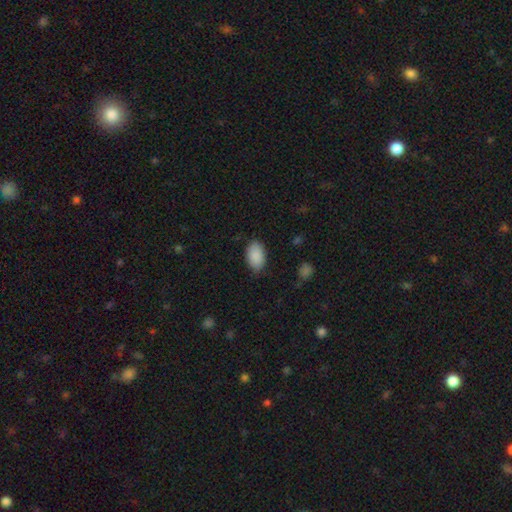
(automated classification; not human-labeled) Smooth or featured?
  - smooth: 90% *
  - star or artifact: 6%
  - featured or disk: 3%
How rounded?
  - in between: 93% *
  - round: 5%
  - cigar-shaped: 1%
Merging?
  - none: 81% *
  - minor disturbance: 15%
  - major disturbance: 3%
  - merger: 1%